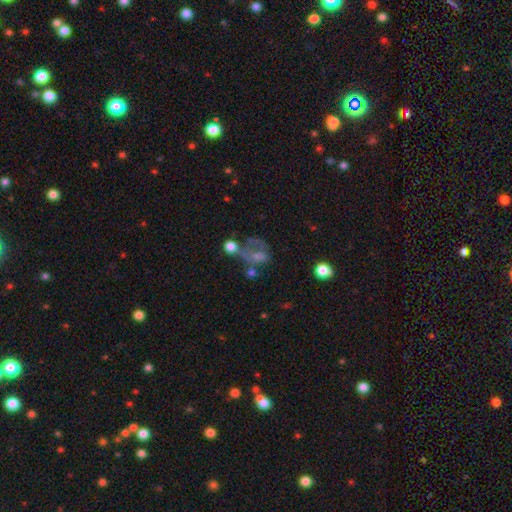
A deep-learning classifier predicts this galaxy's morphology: smooth_or_featured: smooth (p=0.43) [alt: featured or disk p=0.37]
merging: major disturbance (p=0.38) [alt: merger p=0.23]